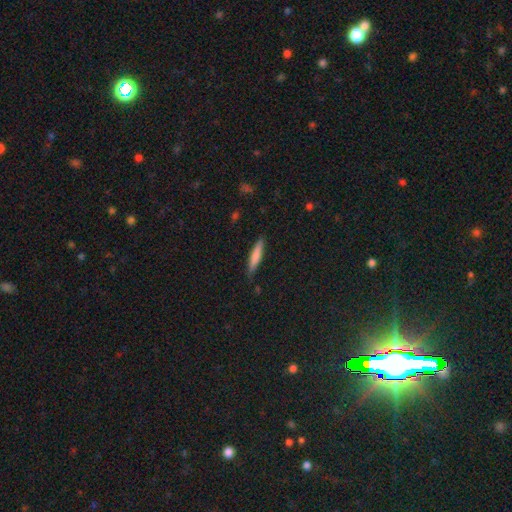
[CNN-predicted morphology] A smooth galaxy with no disk features (76%) that is cigar-shaped (88%).

Vote fractions:
- Smooth or featured? smooth: 76% / featured or disk: 19% / star or artifact: 6%
- How rounded? cigar-shaped: 88% / in between: 10% / round: 1%
- Merging? none: 84% / minor disturbance: 13% / major disturbance: 2% / merger: 1%